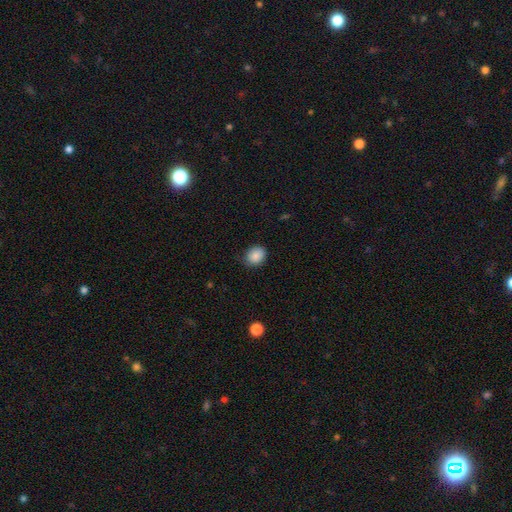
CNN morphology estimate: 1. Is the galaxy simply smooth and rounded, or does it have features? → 87% smooth, 8% star or artifact, 4% featured or disk.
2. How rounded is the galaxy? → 60% round, 39% in between, 1% cigar-shaped.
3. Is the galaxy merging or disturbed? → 78% none, 18% minor disturbance, 3% major disturbance, 1% merger.